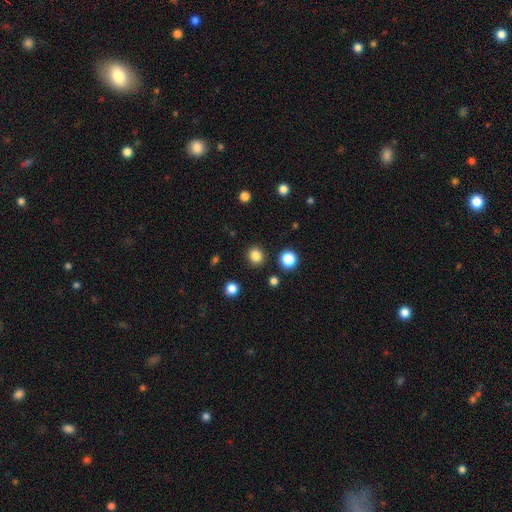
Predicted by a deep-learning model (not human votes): Morphology: type=smooth (84%); roundness=round (86%); merging=none (90%).